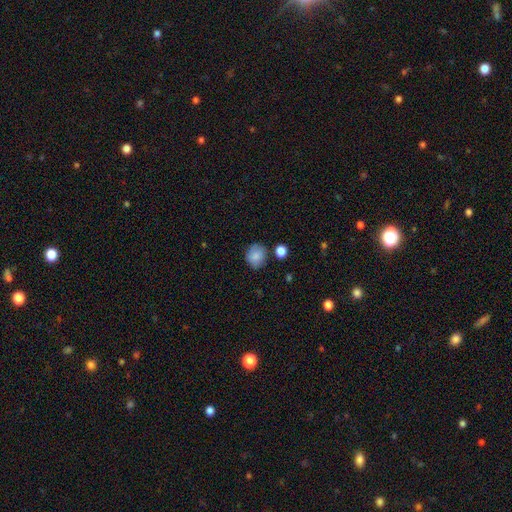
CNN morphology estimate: This is clearly a smooth galaxy (85%). How rounded: likely round (77%). Merging: likely none (79%).